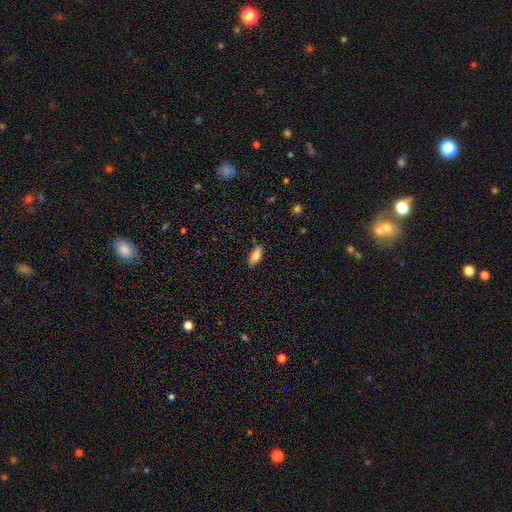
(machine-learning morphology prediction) Q: Smooth or featured?
A: smooth (76%); runner-up: featured or disk (17%)
Q: How rounded?
A: in between (76%); runner-up: cigar-shaped (21%)
Q: Merging?
A: none (84%); runner-up: minor disturbance (12%)